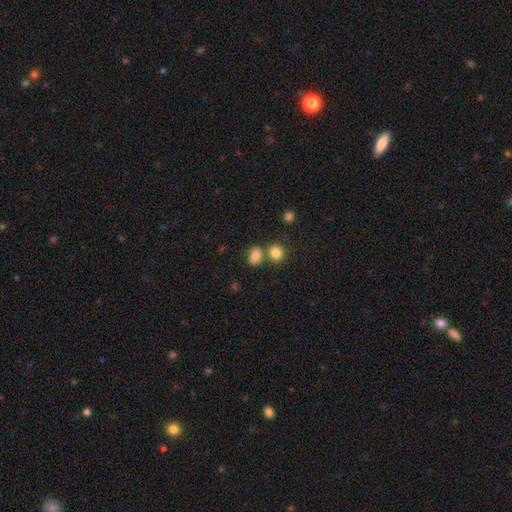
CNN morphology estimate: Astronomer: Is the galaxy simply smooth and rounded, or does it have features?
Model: smooth — 84%.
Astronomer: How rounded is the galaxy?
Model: in between — 65%.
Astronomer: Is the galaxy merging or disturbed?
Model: none — 59%.